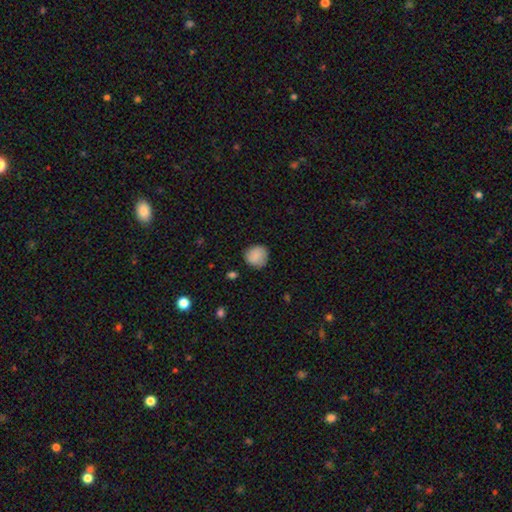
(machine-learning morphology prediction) smooth-or-featured: smooth: 88% | star or artifact: 8% | featured or disk: 5%
  how-rounded: round: 88% | in between: 11% | cigar-shaped: 1%
  merging: none: 83% | minor disturbance: 13% | major disturbance: 3% | merger: 1%